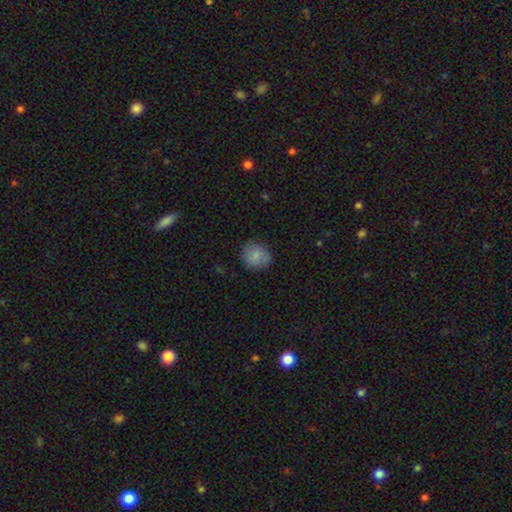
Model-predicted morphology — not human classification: Smooth or featured? smooth (83%)
How rounded? round (84%)
Merging? none (81%)